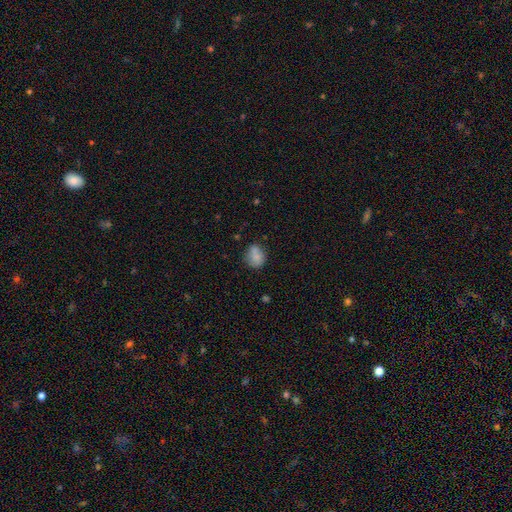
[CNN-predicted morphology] A smooth galaxy with no disk features (78%) that is in between round and cigar-shaped (51%).

Vote fractions:
- Smooth or featured? smooth: 78% / featured or disk: 12% / star or artifact: 9%
- How rounded? in between: 51% / round: 48% / cigar-shaped: 1%
- Merging? none: 61% / minor disturbance: 23% / merger: 10% / major disturbance: 7%